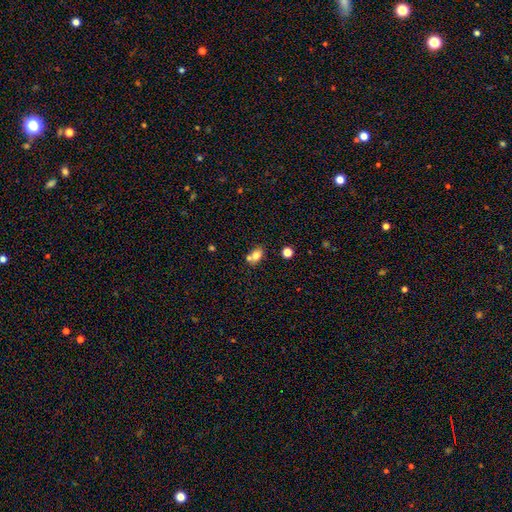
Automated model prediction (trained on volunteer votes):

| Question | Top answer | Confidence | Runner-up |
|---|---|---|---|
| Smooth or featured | smooth | 78% | featured or disk (12%) |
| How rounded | in between | 74% | round (24%) |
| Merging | none | 53% | merger (31%) |